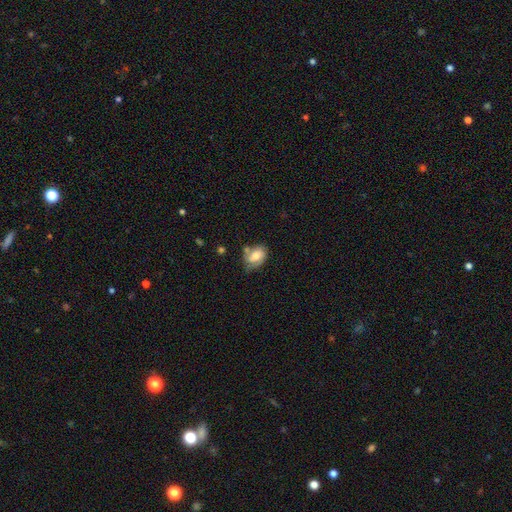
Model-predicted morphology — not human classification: A smooth galaxy with no disk features (64%) that is in between round and cigar-shaped (77%). Merging: none (47%).